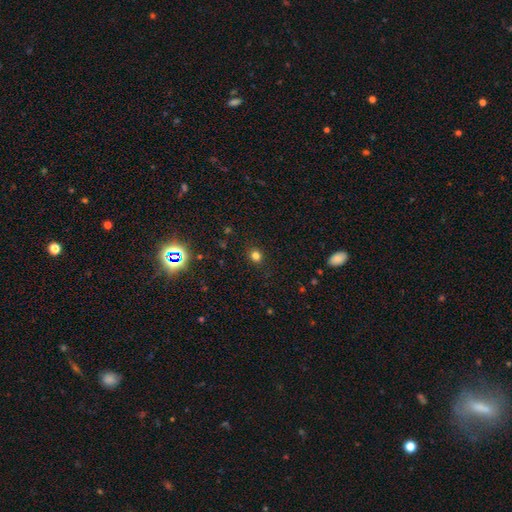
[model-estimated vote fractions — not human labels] Smooth or featured? smooth (79%)
How rounded? round (81%)
Merging? none (89%)